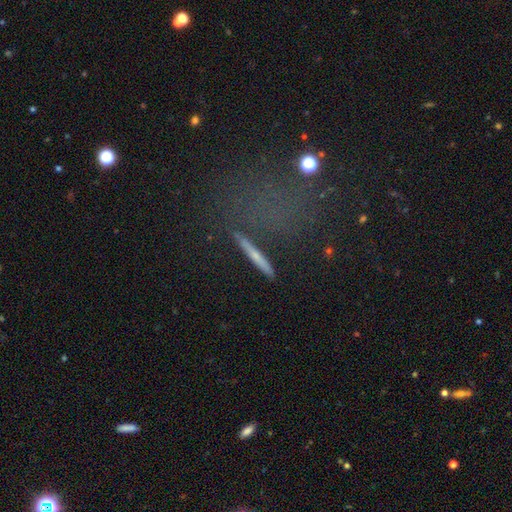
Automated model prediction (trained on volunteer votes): A smooth galaxy with no disk features (39%). Merging: none (80%).